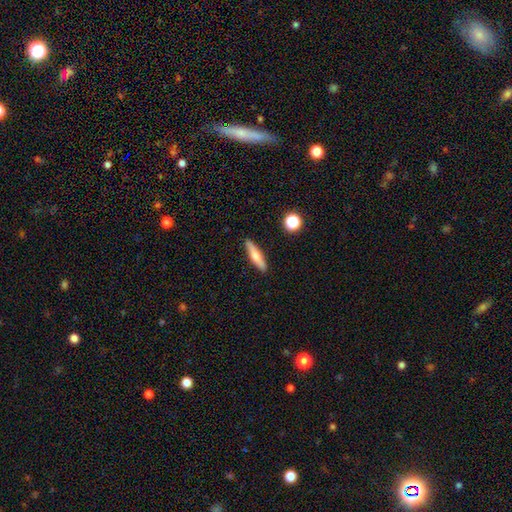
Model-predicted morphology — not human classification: Overall: smooth (55%; featured or disk 38%). How rounded: cigar-shaped (83%). Merging: none (90%).